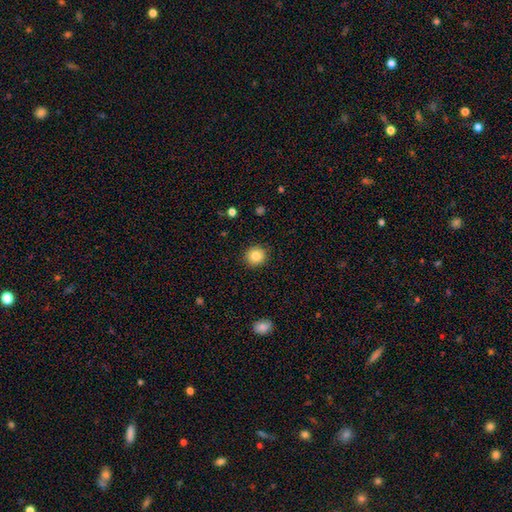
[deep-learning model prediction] This is clearly a smooth galaxy (85%). How rounded: clearly round (89%). Merging: clearly none (91%).